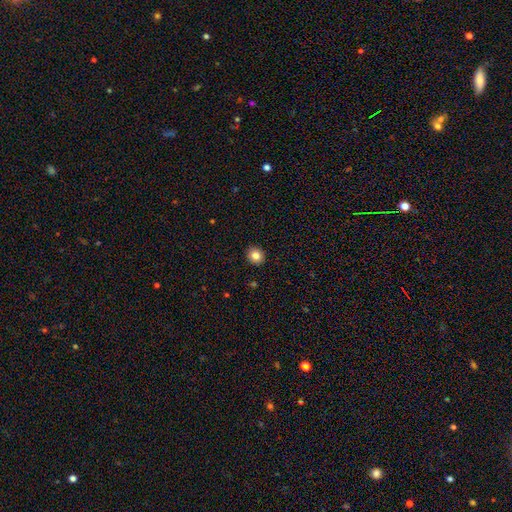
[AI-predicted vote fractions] smooth 83%, star or artifact 10%, featured or disk 7%. Down the decision tree: how rounded — round (81%); merging — none (92%).